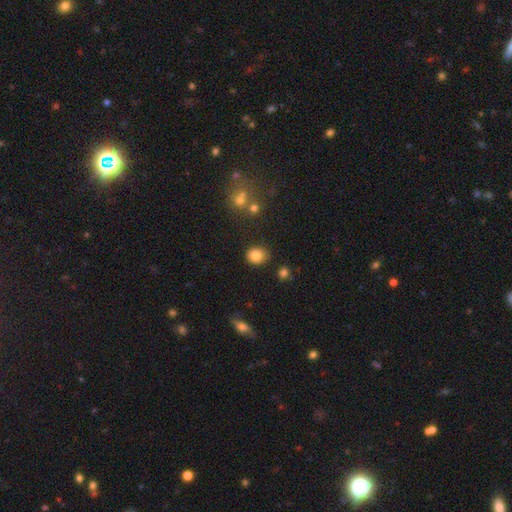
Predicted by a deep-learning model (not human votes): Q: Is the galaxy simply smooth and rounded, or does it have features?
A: smooth — 82%.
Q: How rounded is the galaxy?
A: round — 60%.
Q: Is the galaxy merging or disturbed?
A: none — 80%.